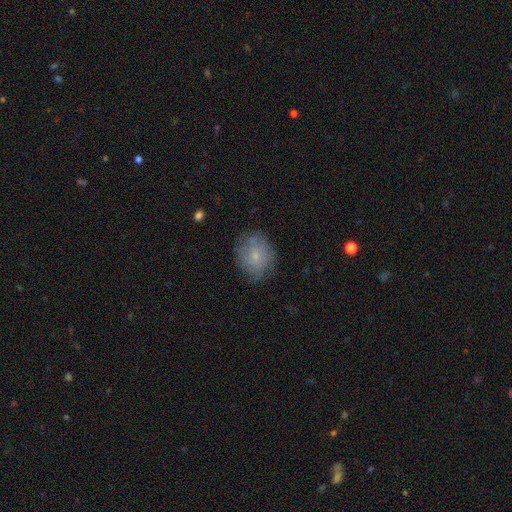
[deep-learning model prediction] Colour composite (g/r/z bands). It shows a smooth galaxy with no disk features (67%) that is round (55%). Merging: none (73%).